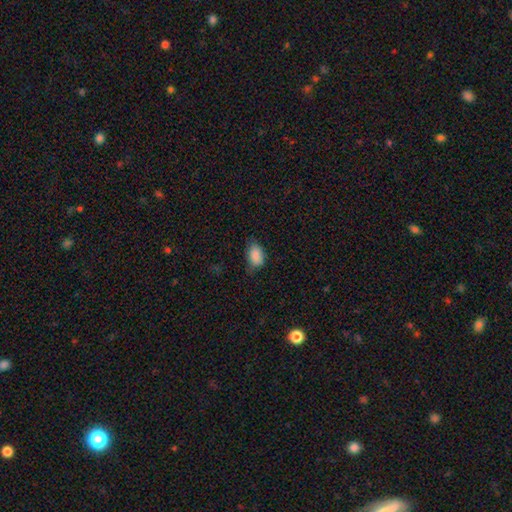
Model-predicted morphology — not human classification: This appears to be a smooth galaxy with no disk features (88%) that is in between round and cigar-shaped (89%). Merging: none (65%).